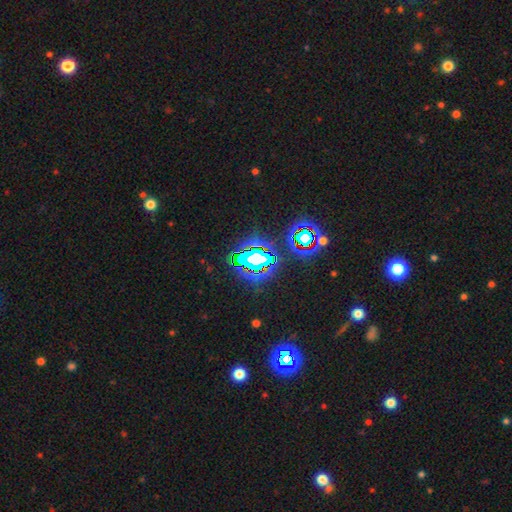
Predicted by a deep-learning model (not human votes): The model was most divided on "smooth or featured": star or artifact: 78%, smooth: 12%, featured or disk: 10%.